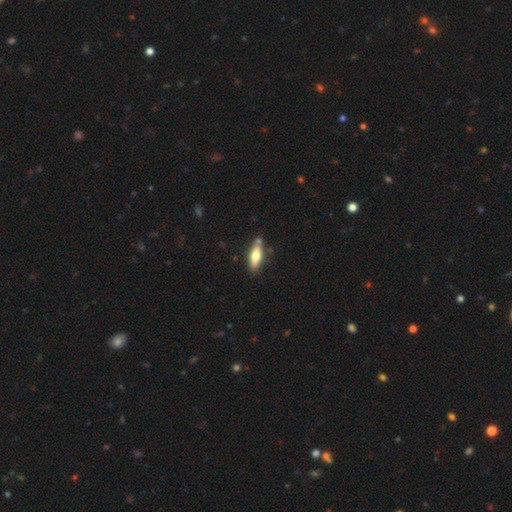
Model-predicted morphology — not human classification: A smooth galaxy with no disk features (64%) that is in between round and cigar-shaped (56%). Merging: none (76%).